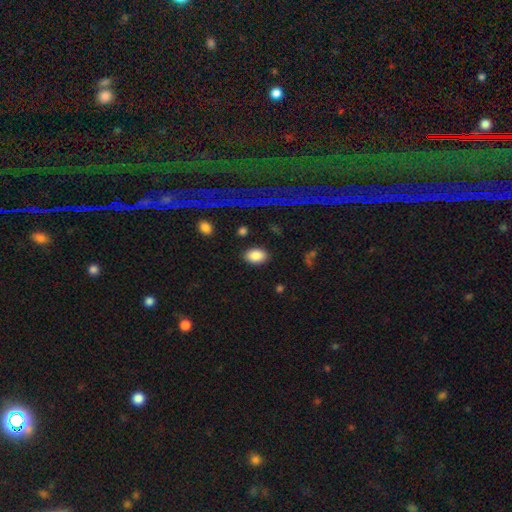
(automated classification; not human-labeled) The model was most divided on "how rounded": in between: 75%, round: 23%, cigar-shaped: 1%. More confident: smooth or featured — smooth (87%); merging — none (86%).